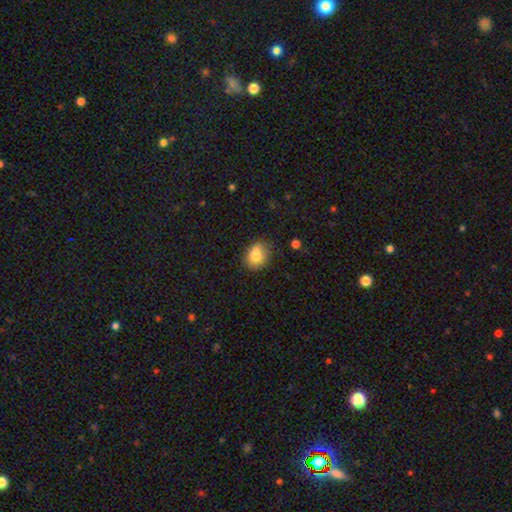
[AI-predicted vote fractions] A smooth galaxy with no disk features (79%) that is in between round and cigar-shaped (56%).

Vote fractions:
- Smooth or featured? smooth: 79% / featured or disk: 12% / star or artifact: 9%
- How rounded? in between: 56% / round: 43% / cigar-shaped: 1%
- Merging? none: 59% / minor disturbance: 28% / major disturbance: 7% / merger: 6%